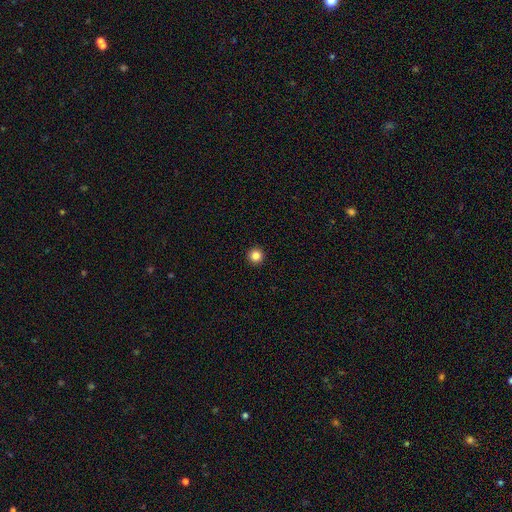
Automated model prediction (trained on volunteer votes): This appears to be a smooth galaxy with no disk features (84%) that is round (97%). Merging: none (94%).